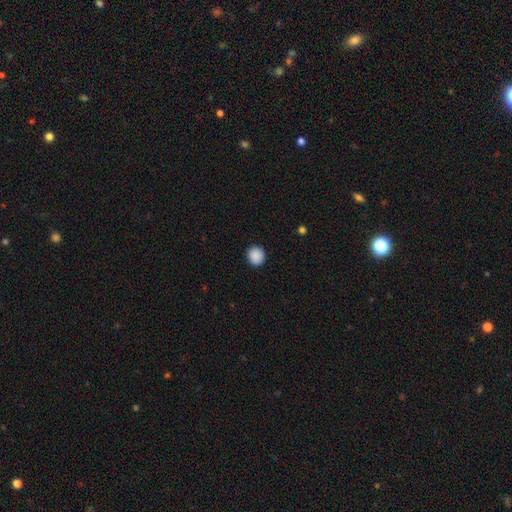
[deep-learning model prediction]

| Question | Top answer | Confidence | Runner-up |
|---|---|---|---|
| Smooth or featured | smooth | 89% | star or artifact (8%) |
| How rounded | round | 85% | in between (14%) |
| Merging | none | 91% | minor disturbance (6%) |